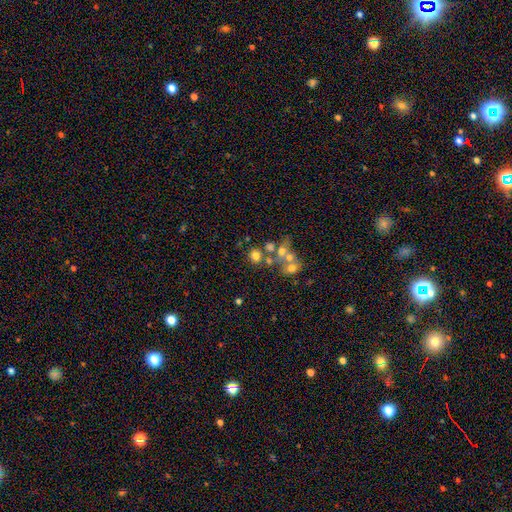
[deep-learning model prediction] A smooth galaxy with no disk features (63%) that is round (84%). Merging: none (53%).